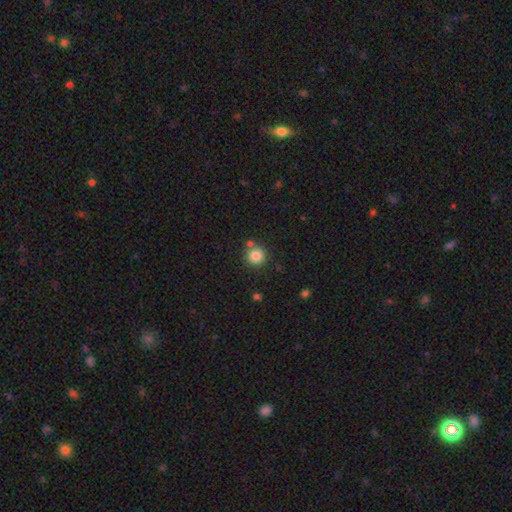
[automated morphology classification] Overall: smooth (83%). How rounded: round (93%). Merging: none (78%).